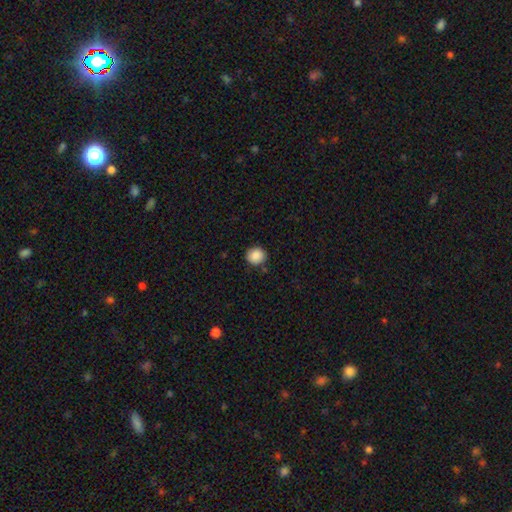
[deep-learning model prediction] A smooth galaxy with no disk features (88%) that is round (85%). Merging: none (86%).